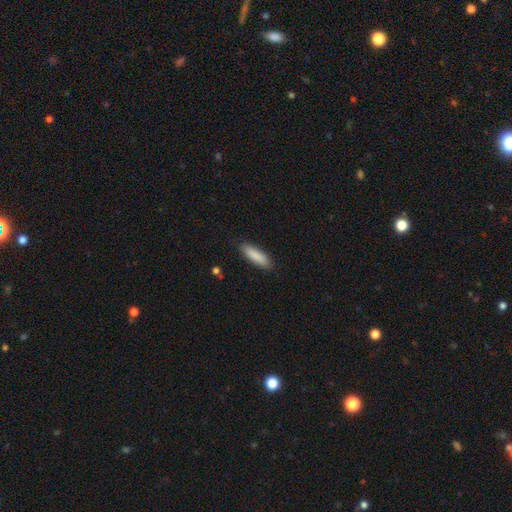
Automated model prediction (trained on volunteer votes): smooth-or-featured: smooth: 88% | featured or disk: 6% | star or artifact: 6%
  how-rounded: cigar-shaped: 61% | in between: 38% | round: 1%
  merging: none: 87% | minor disturbance: 10% | major disturbance: 2% | merger: 1%